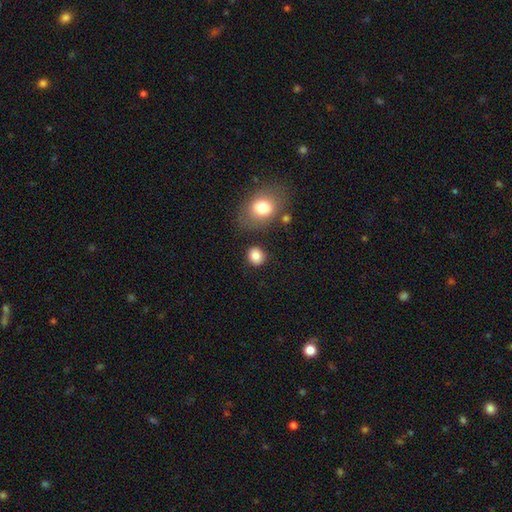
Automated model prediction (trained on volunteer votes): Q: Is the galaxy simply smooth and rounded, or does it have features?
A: smooth — 84%.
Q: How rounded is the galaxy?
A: round — 83%.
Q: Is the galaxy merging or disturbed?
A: none — 84%.